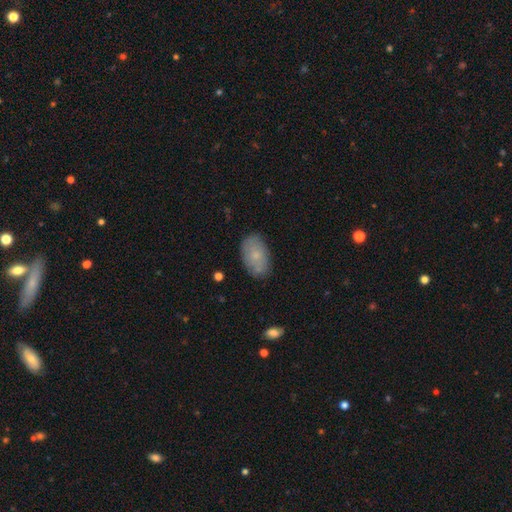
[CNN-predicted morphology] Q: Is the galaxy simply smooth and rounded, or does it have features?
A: smooth — 72%.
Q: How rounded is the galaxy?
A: in between — 92%.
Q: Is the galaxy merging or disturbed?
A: none — 80%.